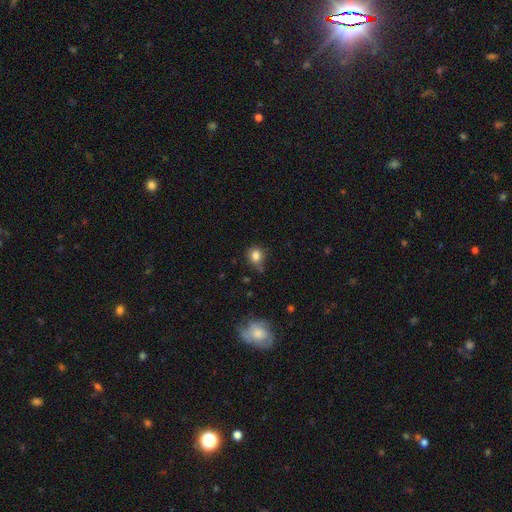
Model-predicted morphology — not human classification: Smooth or featured? smooth (82%)
How rounded? round (78%)
Merging? none (66%)